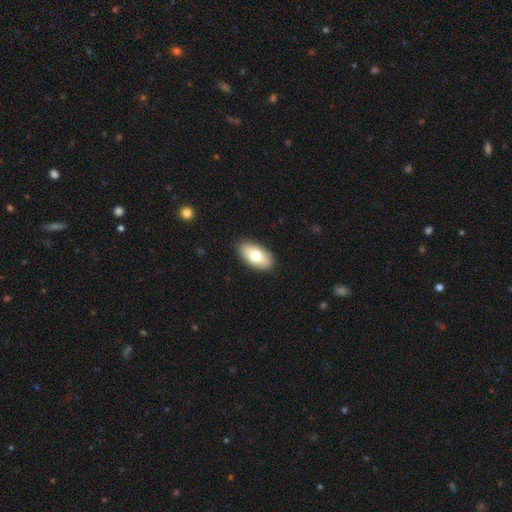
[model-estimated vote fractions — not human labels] Q: Smooth or featured?
A: smooth (74%); runner-up: featured or disk (19%)
Q: How rounded?
A: in between (93%); runner-up: cigar-shaped (4%)
Q: Merging?
A: none (88%); runner-up: minor disturbance (9%)